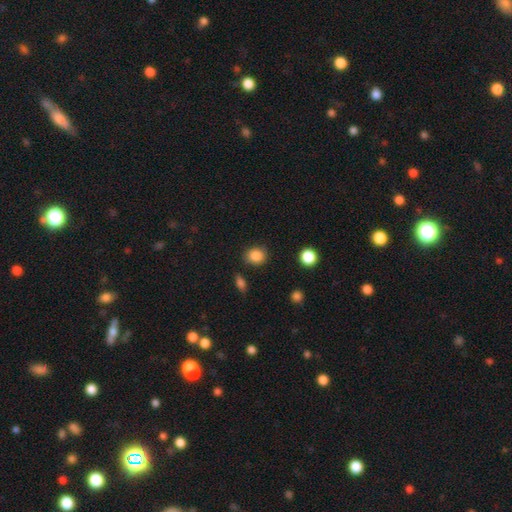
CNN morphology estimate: Smooth or featured? smooth (87%)
How rounded? round (71%)
Merging? none (82%)